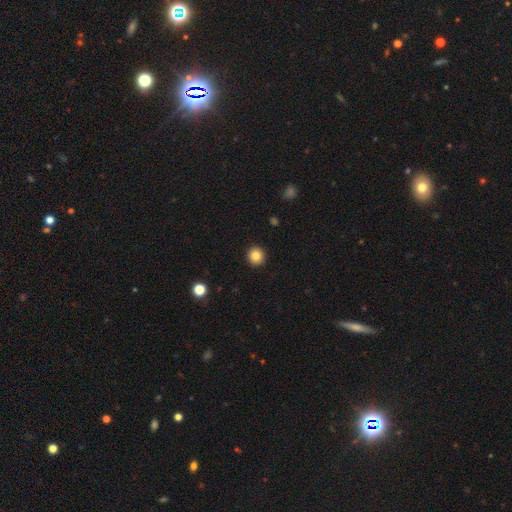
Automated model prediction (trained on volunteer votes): This appears to be a smooth galaxy with no disk features (85%) that is round (93%). Merging: none (93%).